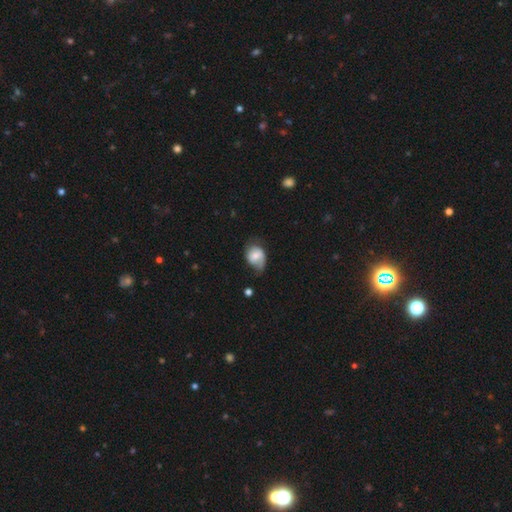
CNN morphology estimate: smooth_or_featured: smooth (p=0.52) [alt: featured or disk p=0.41]
how_rounded: in between (p=0.66) [alt: round p=0.33]
merging: none (p=0.41) [alt: minor disturbance p=0.37]